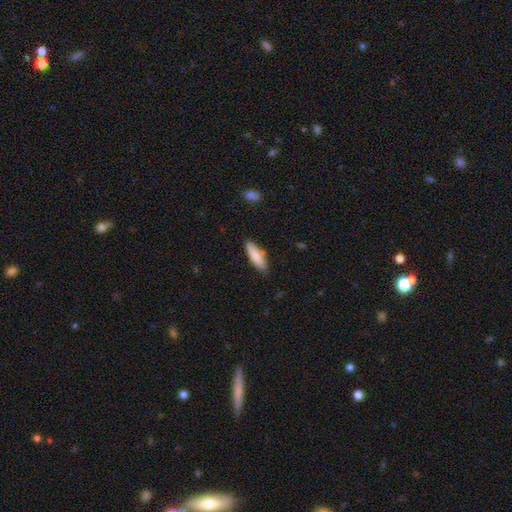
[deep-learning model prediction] Smooth or featured: smooth — 81% (featured or disk — 13%)
How rounded: cigar-shaped — 55% (in between — 43%)
Merging: none — 80% (minor disturbance — 14%)